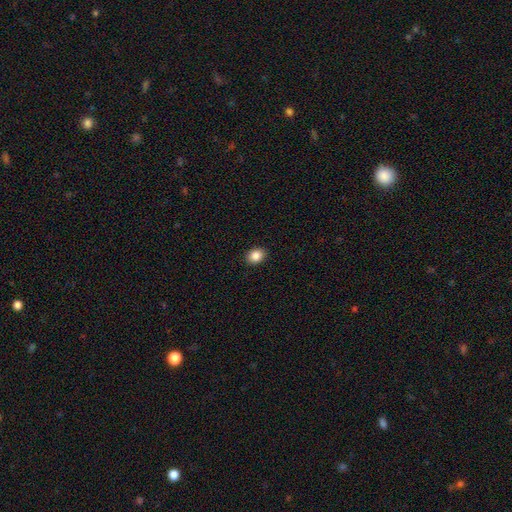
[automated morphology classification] A smooth galaxy with no disk features (87%) that is in between round and cigar-shaped (58%).

Vote fractions:
- Smooth or featured? smooth: 87% / star or artifact: 9% / featured or disk: 4%
- How rounded? in between: 58% / round: 41% / cigar-shaped: 1%
- Merging? none: 90% / minor disturbance: 7% / major disturbance: 2% / merger: 1%